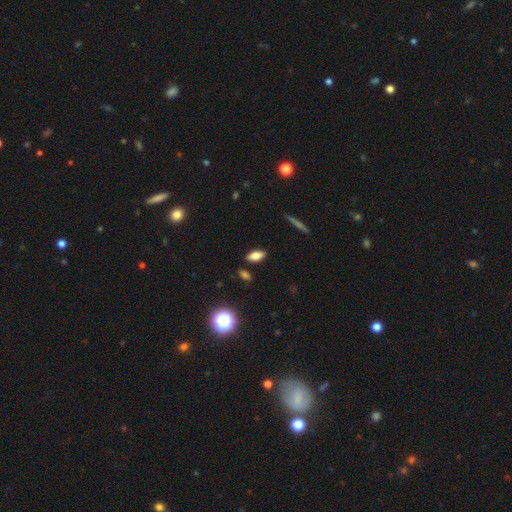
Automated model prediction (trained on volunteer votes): Smooth or featured? Predicted: smooth (p=0.74). How rounded? Predicted: in between (p=0.83). Merging? Predicted: none (p=0.87).